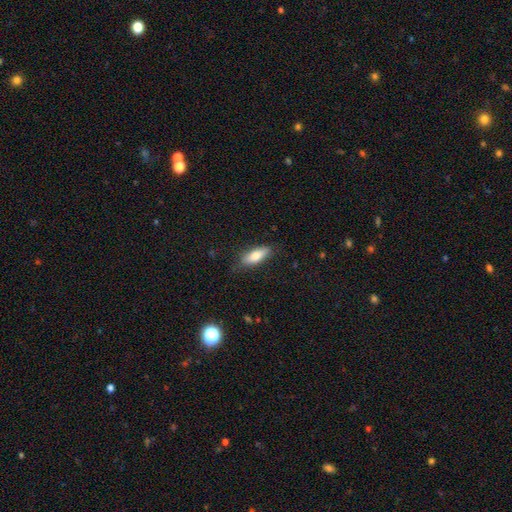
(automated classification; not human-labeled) Smooth or featured? smooth (77%)
How rounded? in between (65%)
Merging? none (82%)